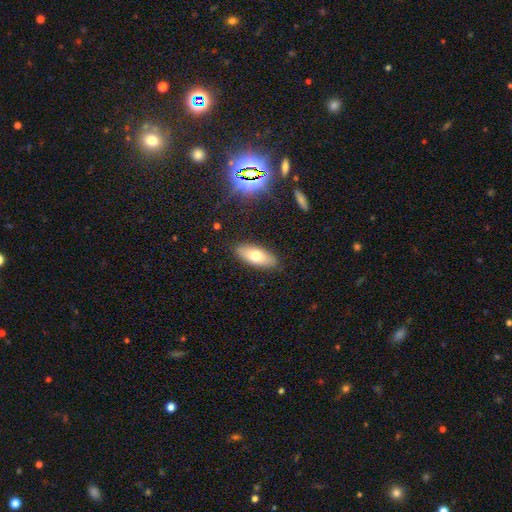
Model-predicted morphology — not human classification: A smooth galaxy with no disk features (68%) that is in between round and cigar-shaped (79%).

Vote fractions:
- Smooth or featured? smooth: 68% / featured or disk: 24% / star or artifact: 8%
- How rounded? in between: 79% / cigar-shaped: 19% / round: 3%
- Merging? none: 88% / minor disturbance: 9% / major disturbance: 2% / merger: 1%